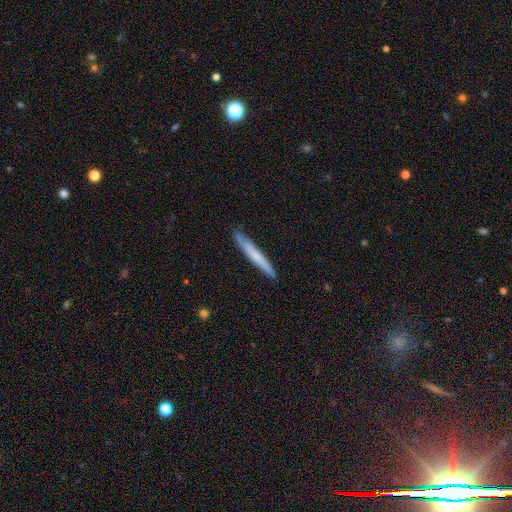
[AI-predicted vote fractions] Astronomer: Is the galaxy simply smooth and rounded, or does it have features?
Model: smooth — 63%.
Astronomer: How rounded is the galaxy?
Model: cigar-shaped — 96%.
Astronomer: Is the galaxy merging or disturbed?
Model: none — 87%.